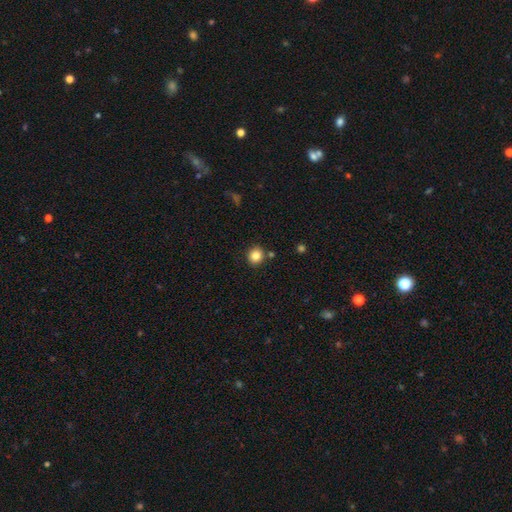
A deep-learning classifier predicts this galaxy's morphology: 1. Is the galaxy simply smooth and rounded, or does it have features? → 84% smooth, 11% star or artifact, 5% featured or disk.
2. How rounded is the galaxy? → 88% round, 11% in between, 1% cigar-shaped.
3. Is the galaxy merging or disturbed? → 85% none, 7% minor disturbance, 5% merger, 2% major disturbance.